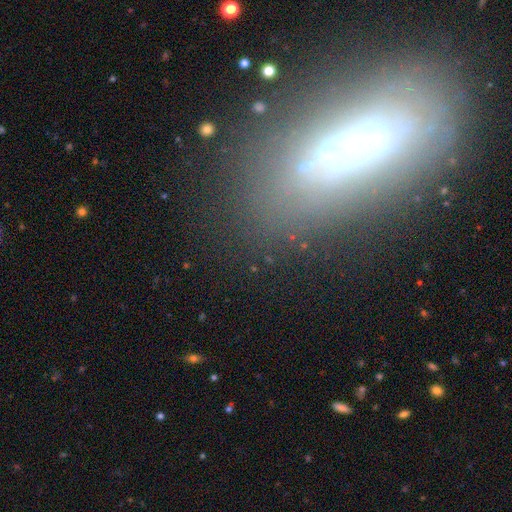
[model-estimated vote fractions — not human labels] Overall: featured or disk (54%; smooth 25%). Edge-on disk: no (52%; yes 48%). Merging: none (70%).